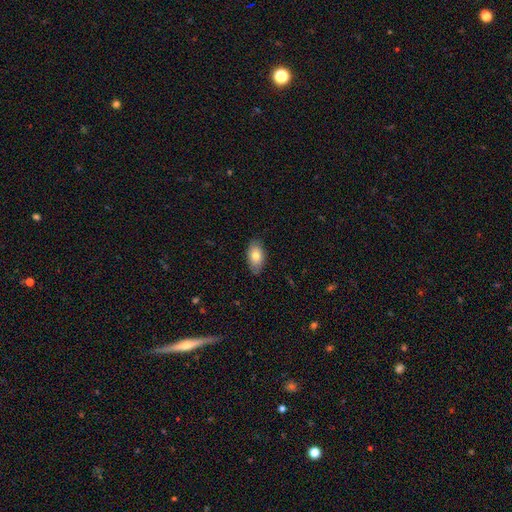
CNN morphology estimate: A smooth galaxy with no disk features (76%) that is in between round and cigar-shaped (92%). Merging: none (82%).